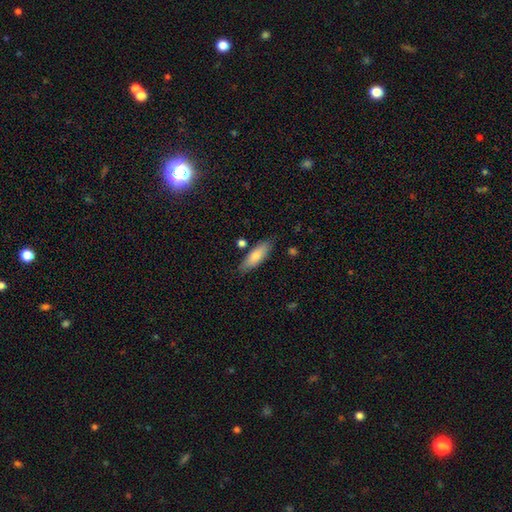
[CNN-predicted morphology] Smooth or featured?
  - smooth: 77% *
  - featured or disk: 17%
  - star or artifact: 6%
How rounded?
  - in between: 57% *
  - cigar-shaped: 41%
  - round: 2%
Merging?
  - none: 81% *
  - minor disturbance: 13%
  - merger: 4%
  - major disturbance: 2%